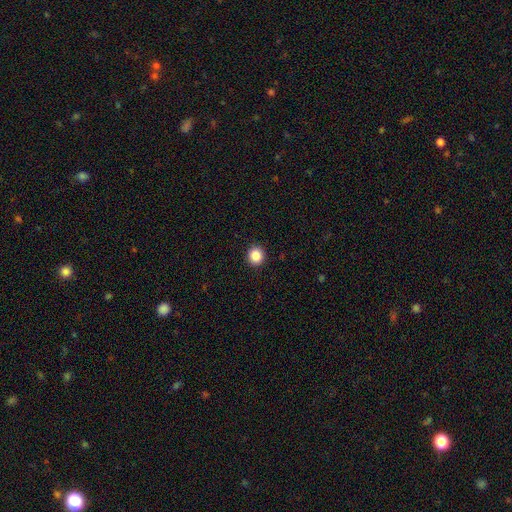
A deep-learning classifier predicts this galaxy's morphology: This is clearly a smooth galaxy (87%). How rounded: clearly round (87%). Merging: clearly none (92%).